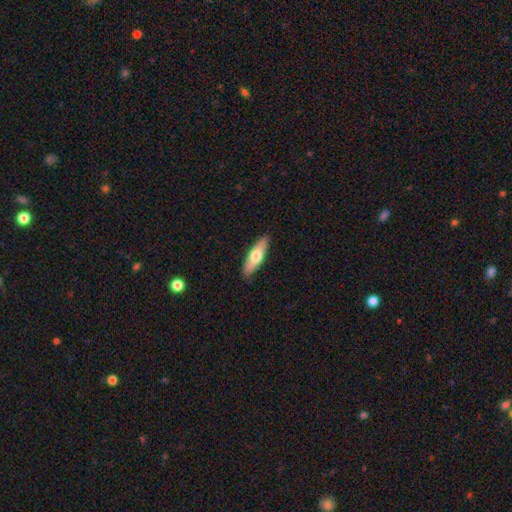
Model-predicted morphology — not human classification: This is likely a smooth galaxy (61%). How rounded: possibly cigar-shaped (52%). Merging: clearly none (88%).